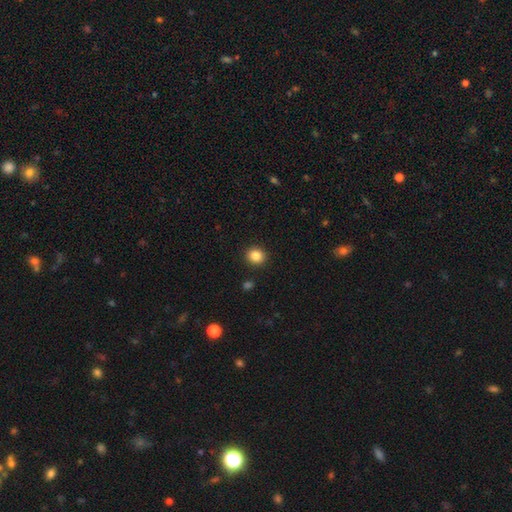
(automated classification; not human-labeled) smooth-or-featured: smooth: 85% | star or artifact: 10% | featured or disk: 4%
  how-rounded: round: 85% | in between: 14% | cigar-shaped: 1%
  merging: none: 91% | minor disturbance: 5% | major disturbance: 2% | merger: 1%